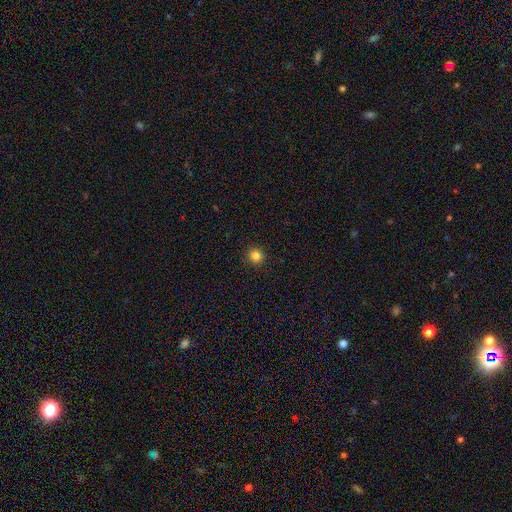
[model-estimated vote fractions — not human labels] Morphology: type=smooth (83%); roundness=round (94%); merging=none (93%).